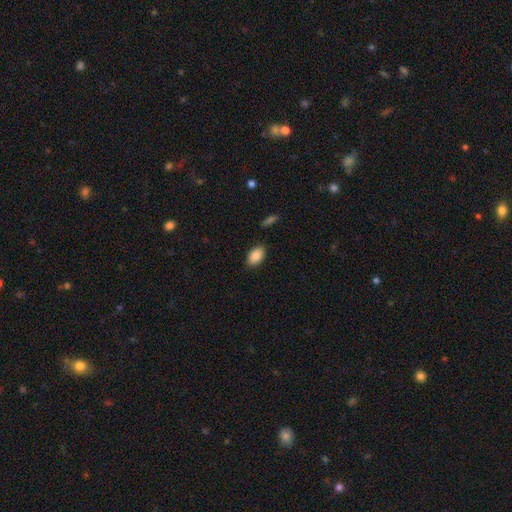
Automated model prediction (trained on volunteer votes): Smooth or featured? smooth (88%)
How rounded? in between (91%)
Merging? none (86%)